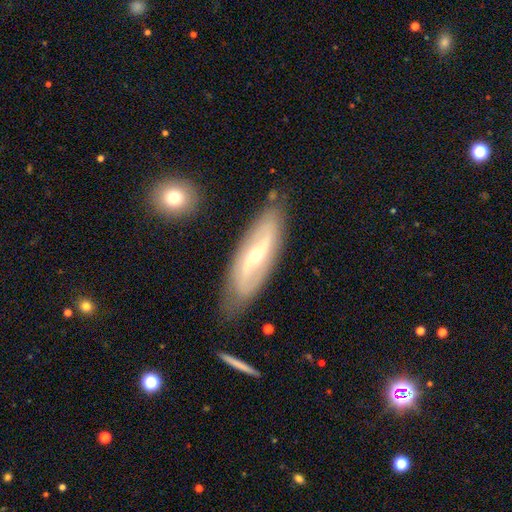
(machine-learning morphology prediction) smooth-or-featured: featured or disk: 76% | smooth: 18% | star or artifact: 6%
  disk-edge-on: no: 86% | yes: 14%
    bar: weak: 37% | no: 35% | strong: 28%
    has-spiral-arms: yes: 80% | no: 20%
      spiral-winding: loose: 43% | medium: 36% | tight: 21%
      spiral-arm-count: 2: 84% | can't tell: 11% | 1: 2% | 3: 1% | 4: 1% | more than 4: 1%
    bulge-size: moderate: 55% | small: 40% | large: 3% | dominant: 1% | none: 1%
  merging: none: 80% | minor disturbance: 14% | major disturbance: 4% | merger: 2%